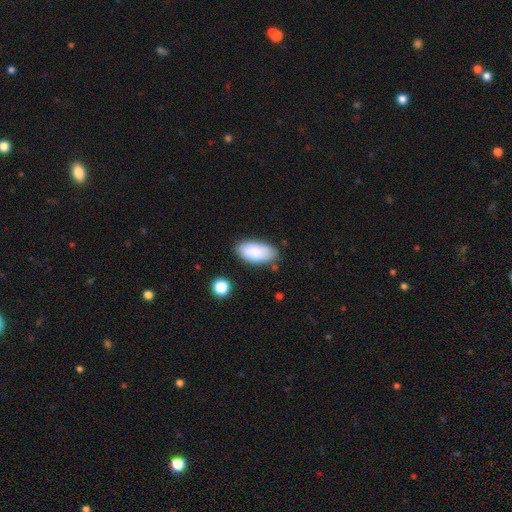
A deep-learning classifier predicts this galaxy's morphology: Smooth or featured? smooth (82%)
How rounded? in between (93%)
Merging? none (72%)